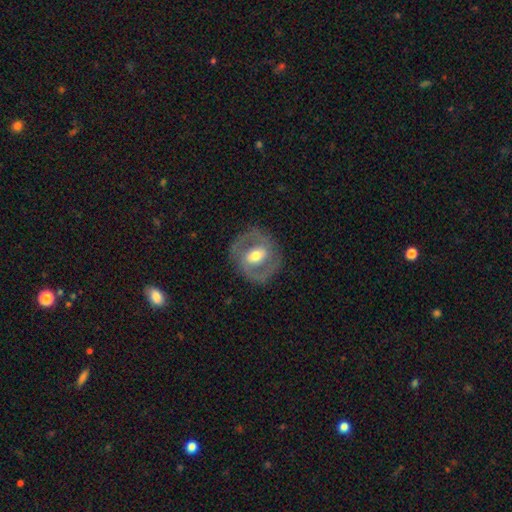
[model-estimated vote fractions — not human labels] smooth-or-featured: featured or disk: 72% | smooth: 23% | star or artifact: 5%
  disk-edge-on: no: 96% | yes: 4%
    bar: weak: 43% | strong: 29% | no: 28%
    has-spiral-arms: yes: 67% | no: 33%
    bulge-size: moderate: 69% | large: 15% | small: 13% | dominant: 1% | none: 1%
  merging: none: 81% | minor disturbance: 12% | major disturbance: 6% | merger: 1%